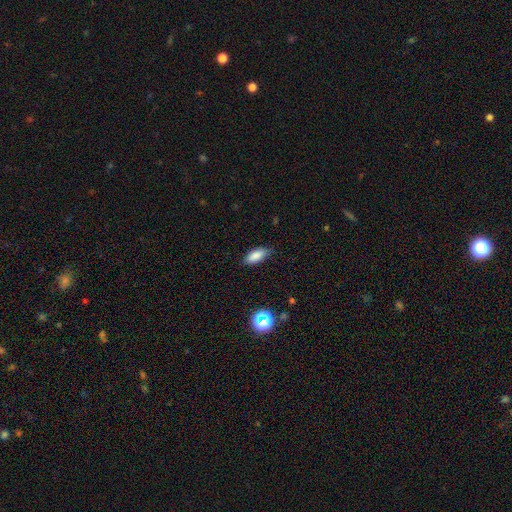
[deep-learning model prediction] This appears to be a smooth galaxy with no disk features (84%) that is in between round and cigar-shaped (81%). Merging: none (80%).